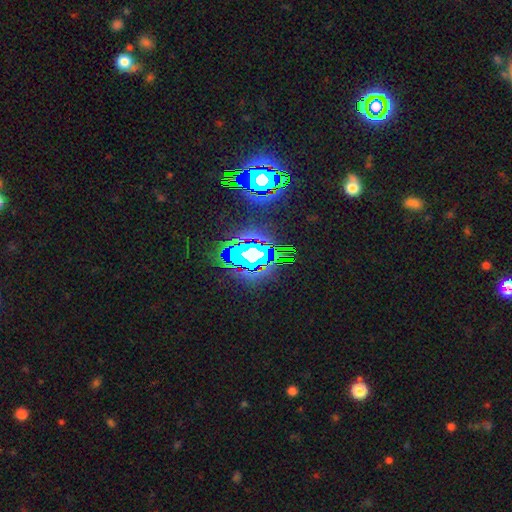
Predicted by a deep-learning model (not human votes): smooth_or_featured: star or artifact (p=0.68) [alt: featured or disk p=0.17]